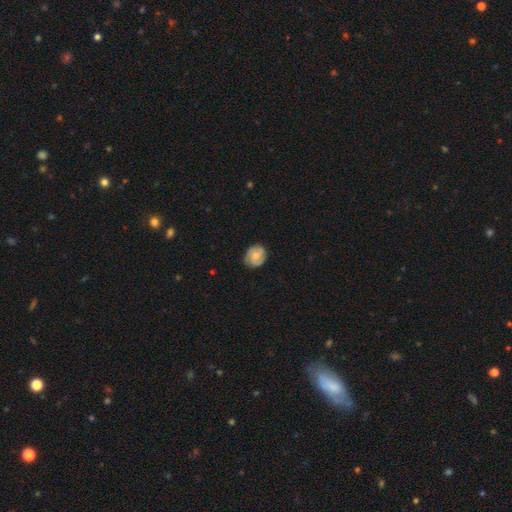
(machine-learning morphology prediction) This is possibly a featured or disk galaxy (49%). Merging: clearly none (82%).